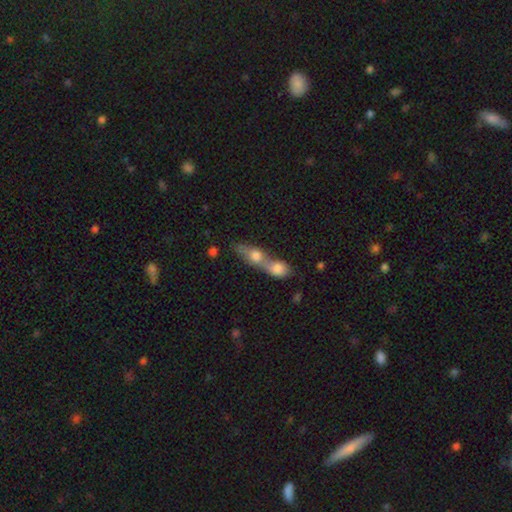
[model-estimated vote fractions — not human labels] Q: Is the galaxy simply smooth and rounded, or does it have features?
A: smooth — 65%.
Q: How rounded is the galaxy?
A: in between — 53%.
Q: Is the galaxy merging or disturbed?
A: merger — 75%.